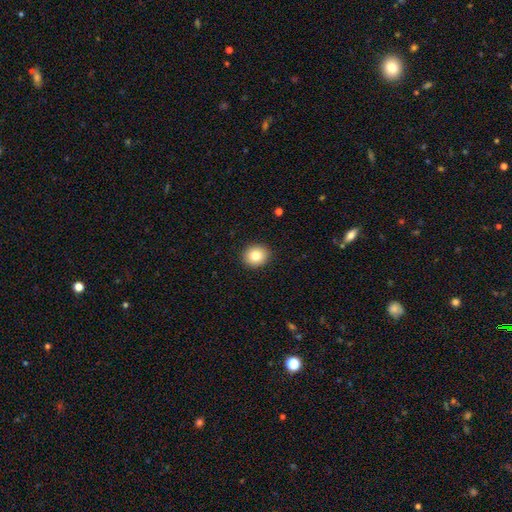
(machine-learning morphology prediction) Overall: smooth (82%). How rounded: round (79%). Merging: none (91%).